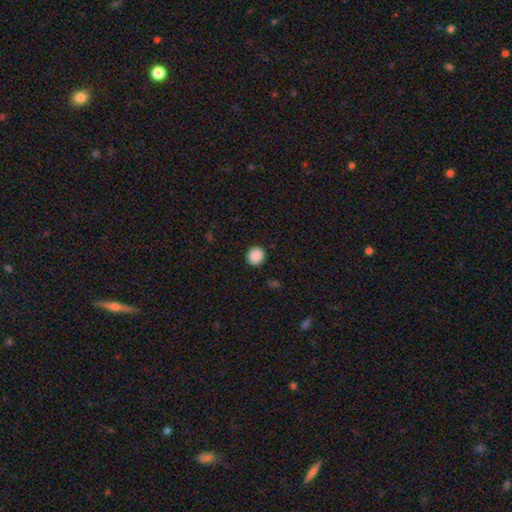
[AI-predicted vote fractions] Smooth or featured? smooth (89%)
How rounded? round (94%)
Merging? none (92%)